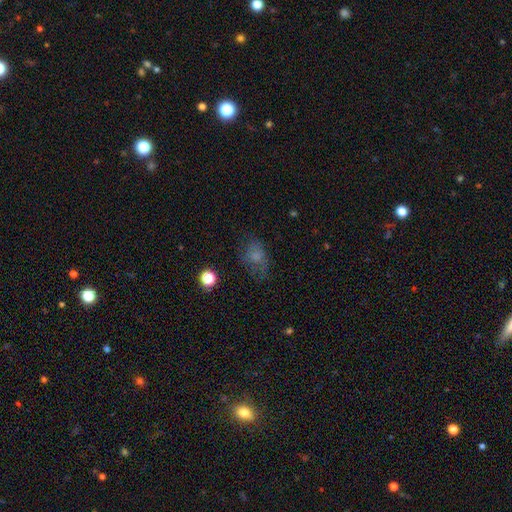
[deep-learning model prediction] Smooth or featured? smooth (63%)
How rounded? in between (75%)
Merging? none (53%)